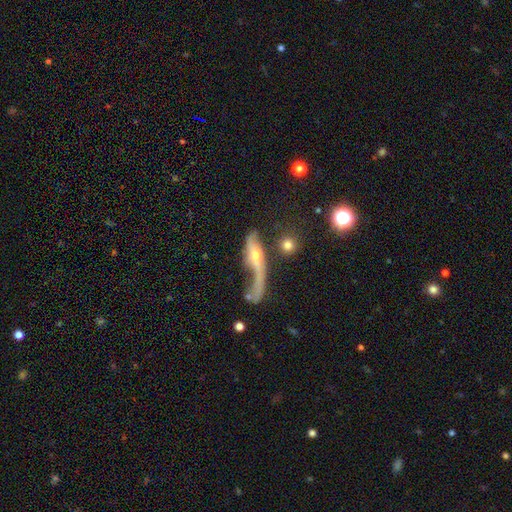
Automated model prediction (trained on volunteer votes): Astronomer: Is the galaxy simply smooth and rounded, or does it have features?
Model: featured or disk — 66%.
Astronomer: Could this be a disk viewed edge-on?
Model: no — 67%.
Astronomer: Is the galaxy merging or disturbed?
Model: major disturbance — 46%.